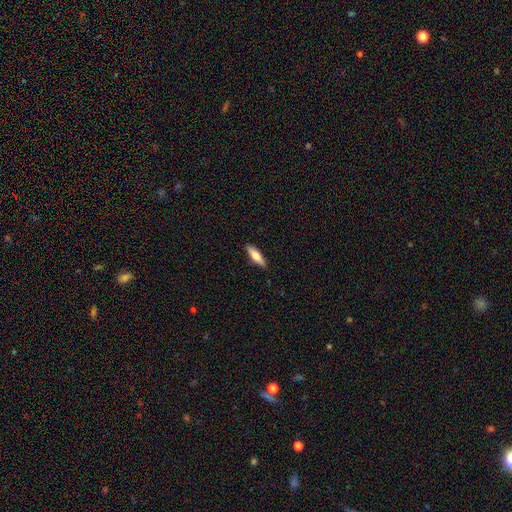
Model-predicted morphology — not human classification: The model was most divided on "how rounded": cigar-shaped: 59%, in between: 39%, round: 2%. More confident: merging — none (88%); smooth or featured — smooth (66%).